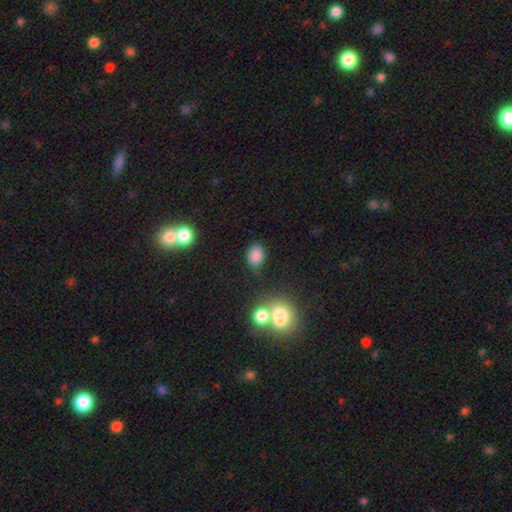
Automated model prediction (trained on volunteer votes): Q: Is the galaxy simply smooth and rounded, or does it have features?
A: smooth — 83%.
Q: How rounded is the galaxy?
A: in between — 71%.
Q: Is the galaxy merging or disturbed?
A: none — 72%.